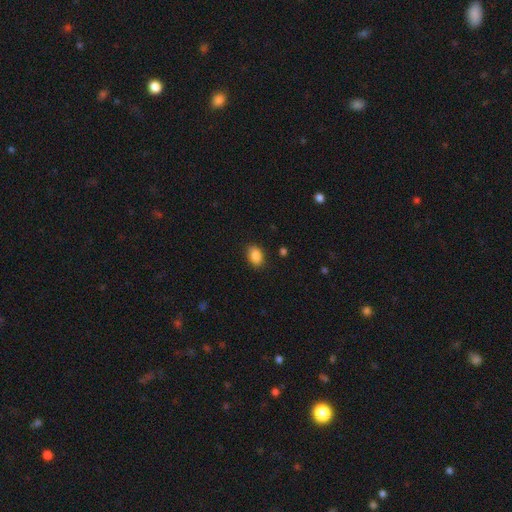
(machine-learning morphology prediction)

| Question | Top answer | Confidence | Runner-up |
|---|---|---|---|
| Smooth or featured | smooth | 88% | star or artifact (8%) |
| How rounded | in between | 80% | round (19%) |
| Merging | none | 87% | minor disturbance (9%) |